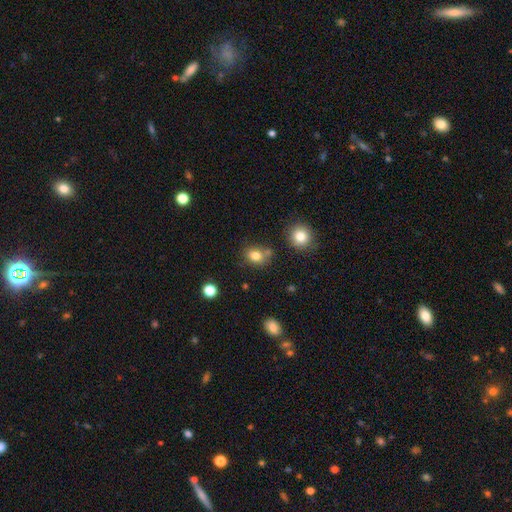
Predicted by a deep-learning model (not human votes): Smooth or featured?
  - smooth: 80% *
  - star or artifact: 13%
  - featured or disk: 8%
How rounded?
  - round: 63% *
  - in between: 36%
  - cigar-shaped: 1%
Merging?
  - none: 67% *
  - minor disturbance: 15%
  - merger: 14%
  - major disturbance: 5%